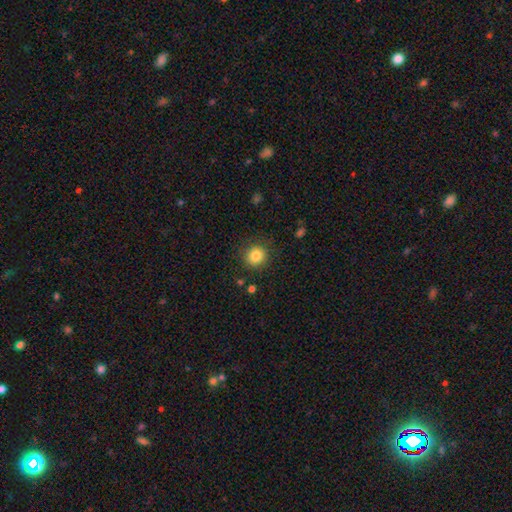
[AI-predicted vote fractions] Smooth or featured?
  - smooth: 84% *
  - star or artifact: 11%
  - featured or disk: 5%
How rounded?
  - round: 90% *
  - in between: 9%
  - cigar-shaped: 1%
Merging?
  - none: 87% *
  - minor disturbance: 9%
  - major disturbance: 3%
  - merger: 2%